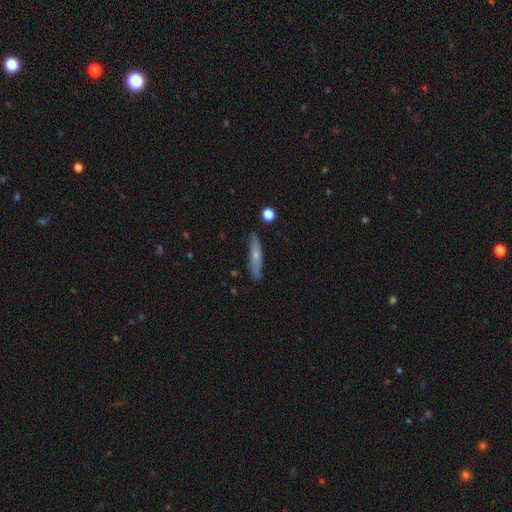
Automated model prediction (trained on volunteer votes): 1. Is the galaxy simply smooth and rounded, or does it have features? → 56% smooth, 37% featured or disk, 7% star or artifact.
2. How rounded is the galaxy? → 86% cigar-shaped, 12% in between, 2% round.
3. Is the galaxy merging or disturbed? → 84% none, 12% minor disturbance, 2% major disturbance, 2% merger.